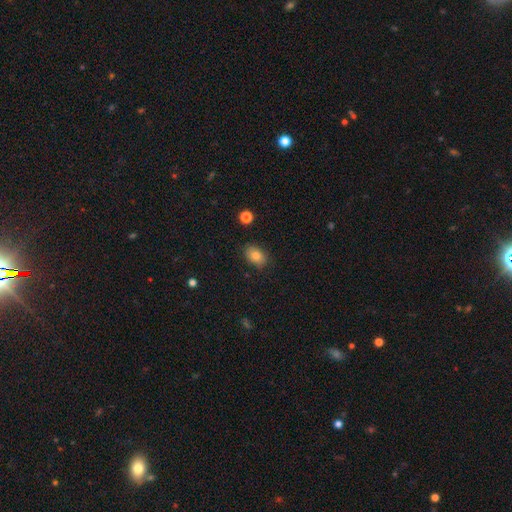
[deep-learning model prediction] Morphology: type=smooth (82%); roundness=in between (81%); merging=none (83%).